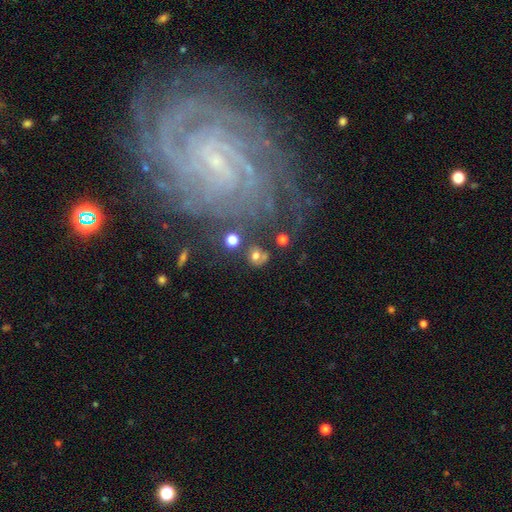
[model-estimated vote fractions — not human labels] Q: Smooth or featured?
A: smooth (69%); runner-up: star or artifact (16%)
Q: How rounded?
A: round (83%); runner-up: in between (16%)
Q: Merging?
A: none (64%); runner-up: merger (15%)